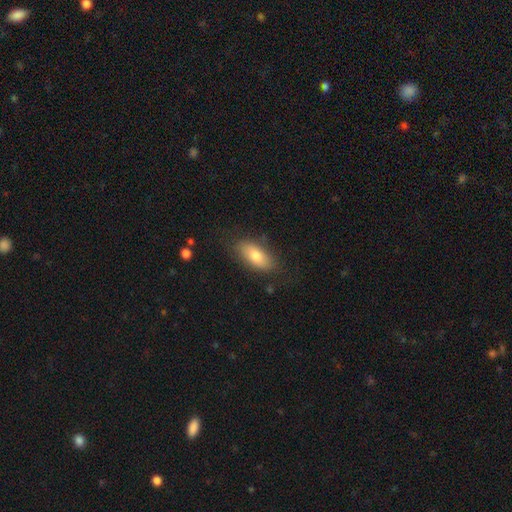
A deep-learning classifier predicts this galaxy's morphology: This is likely a smooth galaxy (74%). How rounded: clearly in between (87%). Merging: likely none (79%).